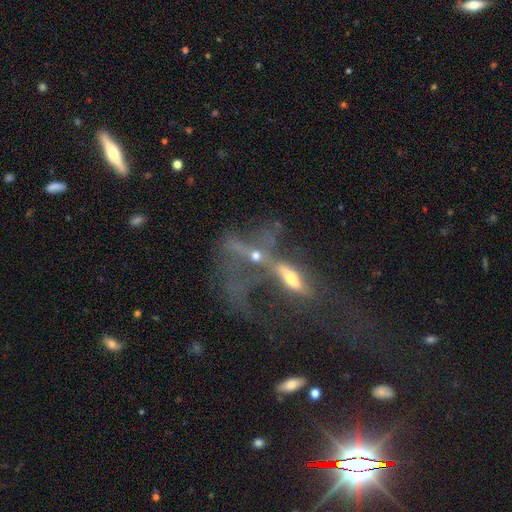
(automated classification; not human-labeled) The model was most divided on "edge-on disk": no: 55%, yes: 45%. More confident: smooth or featured — featured or disk (60%); merging — merger (55%).